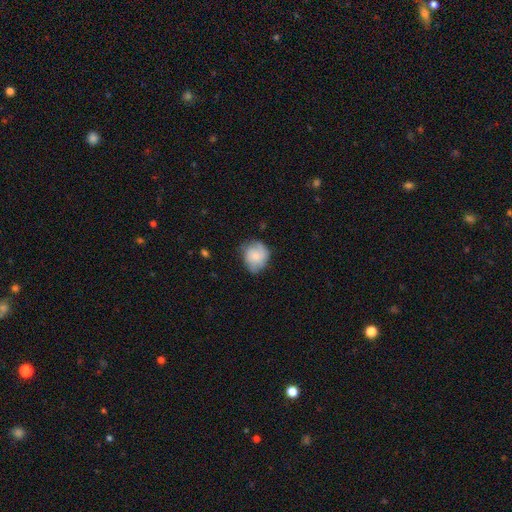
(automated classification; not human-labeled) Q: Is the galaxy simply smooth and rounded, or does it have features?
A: smooth — 62%.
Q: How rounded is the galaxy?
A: round — 70%.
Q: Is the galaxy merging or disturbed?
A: none — 62%.